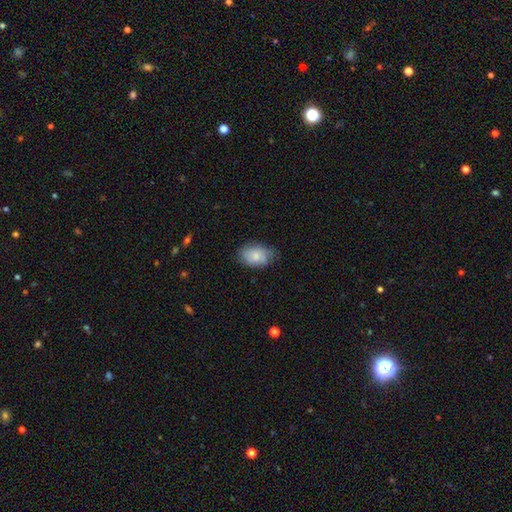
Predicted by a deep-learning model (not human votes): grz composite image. It shows a smooth galaxy with no disk features (78%) that is in between round and cigar-shaped (87%). Merging: none (66%).